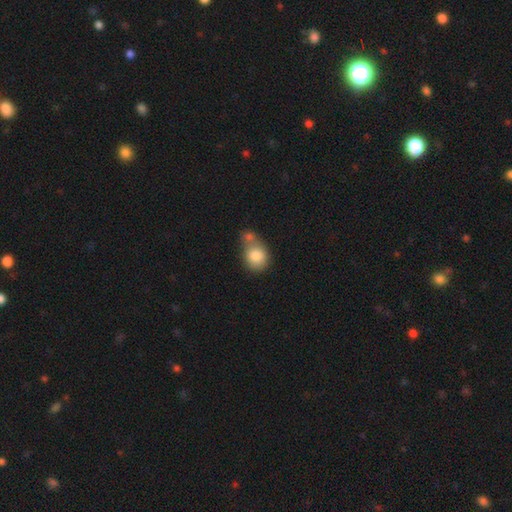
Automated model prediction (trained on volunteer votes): Smooth or featured? Predicted: smooth (p=0.82). How rounded? Predicted: round (p=0.60). Merging? Predicted: merger (p=0.50).